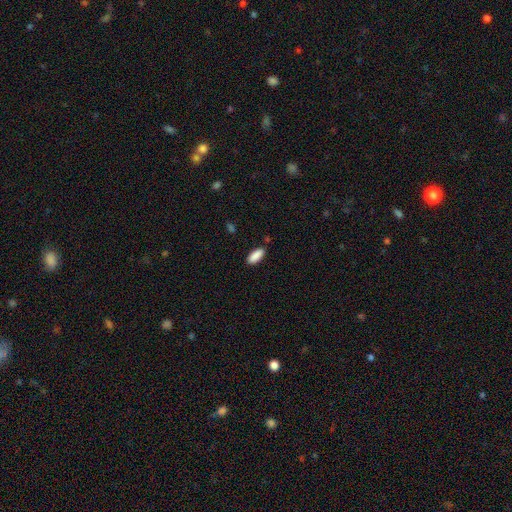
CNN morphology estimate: Q: Smooth or featured?
A: smooth (90%); runner-up: star or artifact (6%)
Q: How rounded?
A: in between (81%); runner-up: cigar-shaped (17%)
Q: Merging?
A: none (85%); runner-up: minor disturbance (11%)